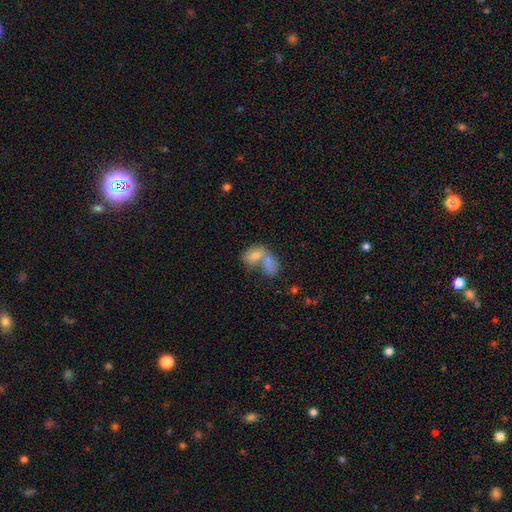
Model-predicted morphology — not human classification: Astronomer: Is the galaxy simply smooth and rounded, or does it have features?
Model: smooth — 70%.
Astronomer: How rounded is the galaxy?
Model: in between — 84%.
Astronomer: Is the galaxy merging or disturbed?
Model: merger — 68%.